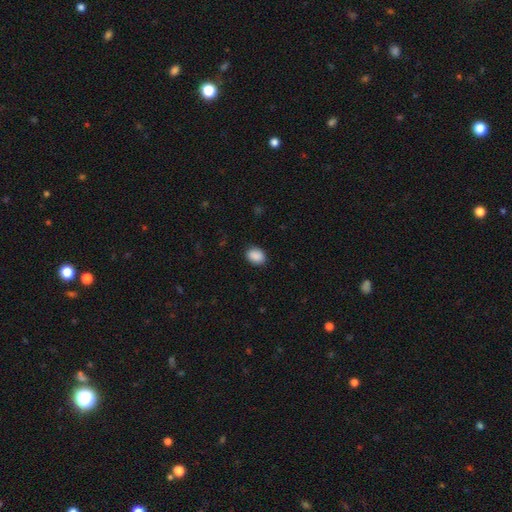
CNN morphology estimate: smooth 90%, star or artifact 7%, featured or disk 3%. Down the decision tree: how rounded — in between (69%); merging — none (89%).